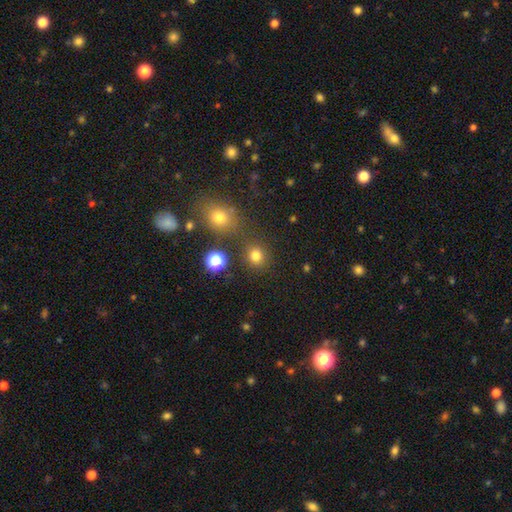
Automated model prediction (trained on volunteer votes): Overall: smooth (76%). How rounded: round (85%). Merging: none (81%).